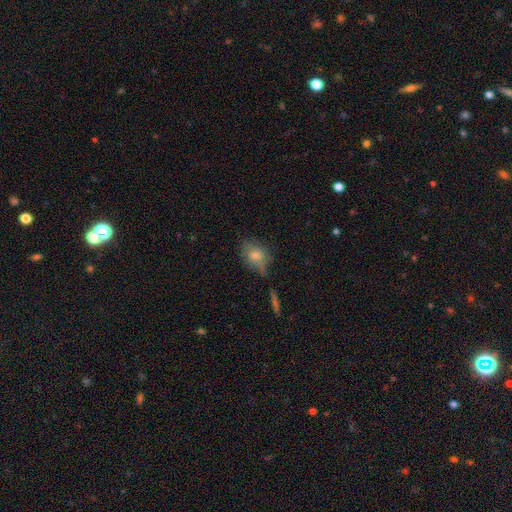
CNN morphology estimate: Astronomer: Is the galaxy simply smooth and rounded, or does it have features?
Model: smooth — 68%.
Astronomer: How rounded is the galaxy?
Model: in between — 68%.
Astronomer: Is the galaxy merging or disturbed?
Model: none — 52% (runner-up: minor disturbance, 28%).